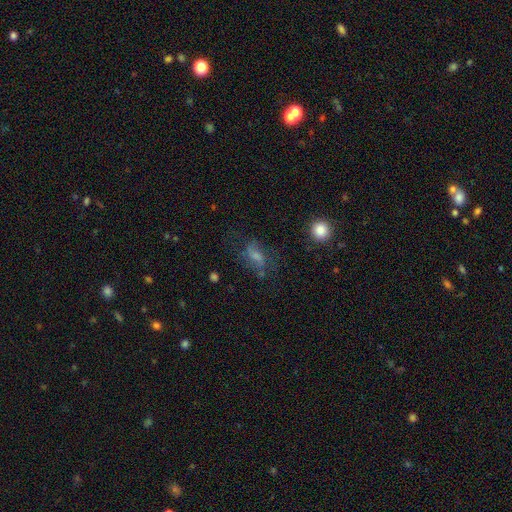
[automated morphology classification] Smooth or featured? Predicted: smooth (p=0.39, tied with featured or disk). Merging? Predicted: none (p=0.59).